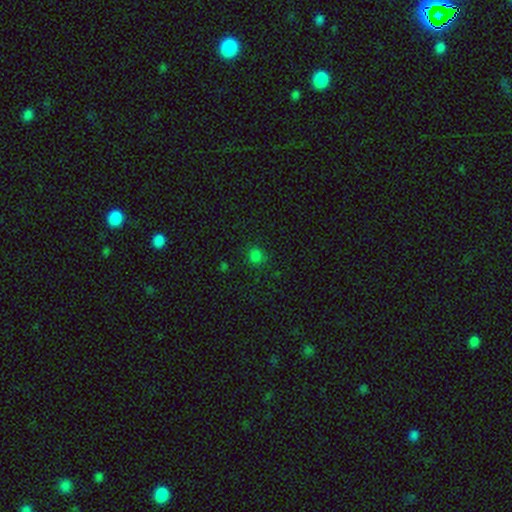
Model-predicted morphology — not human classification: smooth-or-featured: smooth: 78% | star or artifact: 18% | featured or disk: 4%
  how-rounded: round: 88% | in between: 11% | cigar-shaped: 1%
  merging: none: 85% | minor disturbance: 10% | major disturbance: 3% | merger: 2%